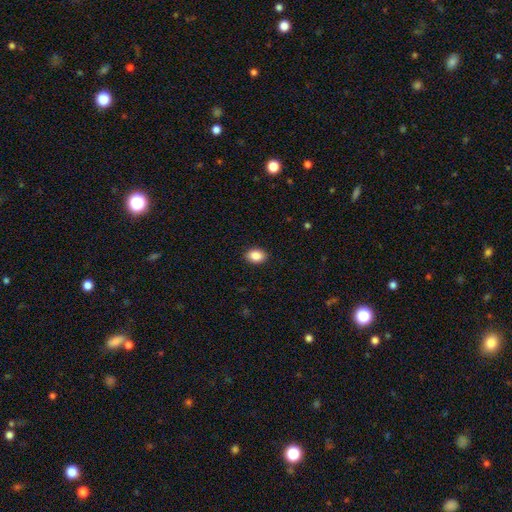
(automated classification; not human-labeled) Overall: smooth (88%). How rounded: in between (81%). Merging: none (90%).